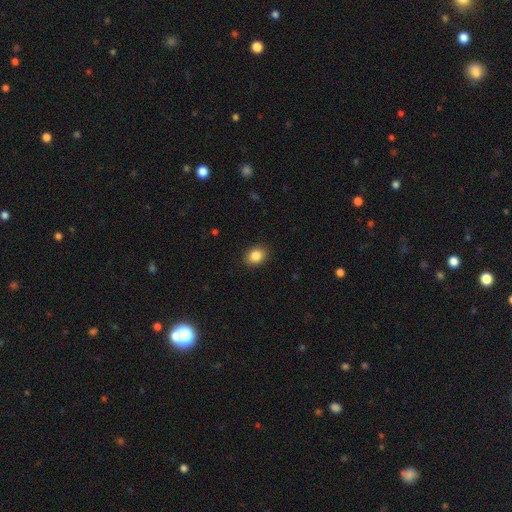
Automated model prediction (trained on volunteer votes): smooth 86%, star or artifact 9%, featured or disk 5%. Down the decision tree: how rounded — in between (53%); merging — none (89%).